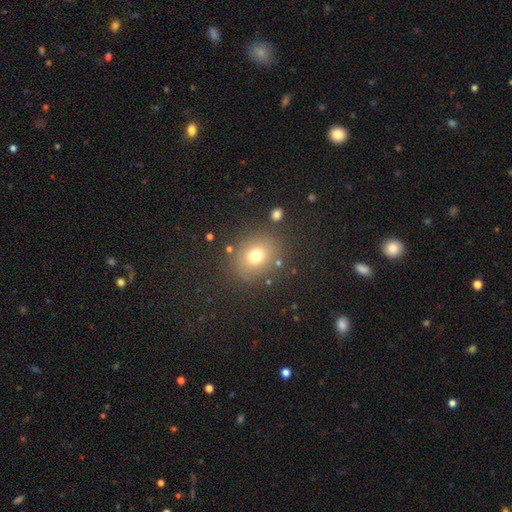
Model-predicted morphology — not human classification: smooth_or_featured: smooth (p=0.72) [alt: star or artifact p=0.17]
how_rounded: round (p=0.64) [alt: in between p=0.36]
merging: none (p=0.82) [alt: minor disturbance p=0.10]